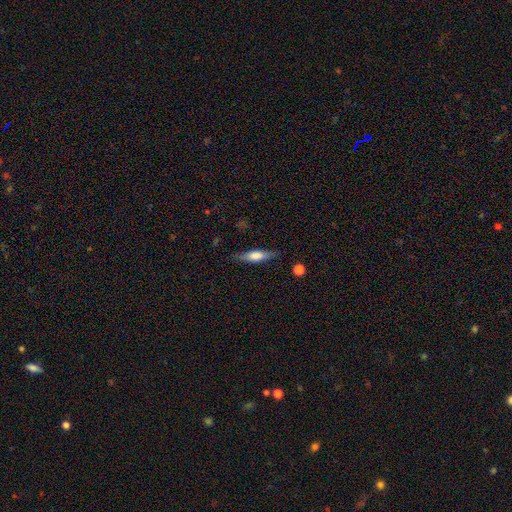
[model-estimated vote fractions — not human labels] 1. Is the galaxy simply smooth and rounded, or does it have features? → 58% smooth, 35% featured or disk, 7% star or artifact.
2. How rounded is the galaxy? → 62% cigar-shaped, 35% in between, 2% round.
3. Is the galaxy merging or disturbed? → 81% none, 14% minor disturbance, 3% major disturbance, 2% merger.